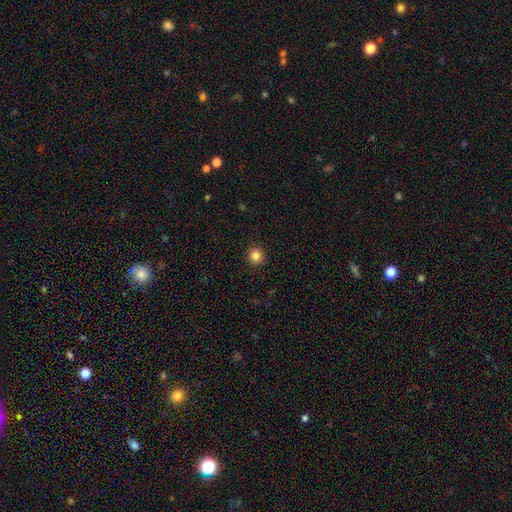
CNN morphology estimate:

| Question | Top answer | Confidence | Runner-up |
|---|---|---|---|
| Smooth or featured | smooth | 85% | star or artifact (11%) |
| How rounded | round | 94% | in between (6%) |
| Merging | none | 92% | minor disturbance (5%) |